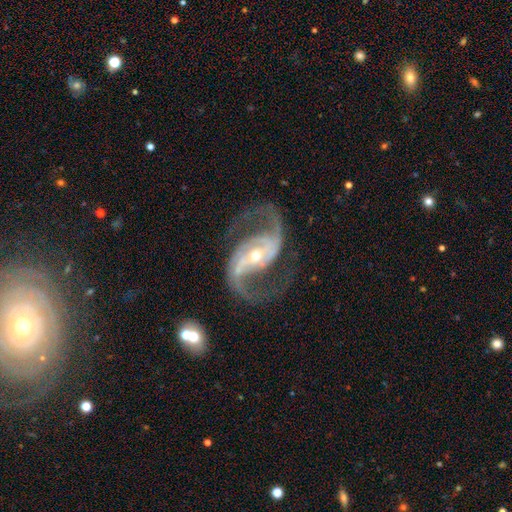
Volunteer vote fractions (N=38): Q: Smooth or featured?
A: featured or disk (97%); runner-up: star or artifact (3%)
Q: Edge-on disk?
A: no (100%)
Q: Bar?
A: weak (43%); runner-up: strong (32%)
Q: Spiral arms?
A: yes (100%)
Q: Spiral winding?
A: medium (70%); runner-up: loose (24%)
Q: Spiral arm count?
A: 2 (95%); runner-up: 3 (5%)
Q: Bulge size?
A: small (68%); runner-up: moderate (30%)
Q: Merging?
A: none (89%); runner-up: major disturbance (8%)